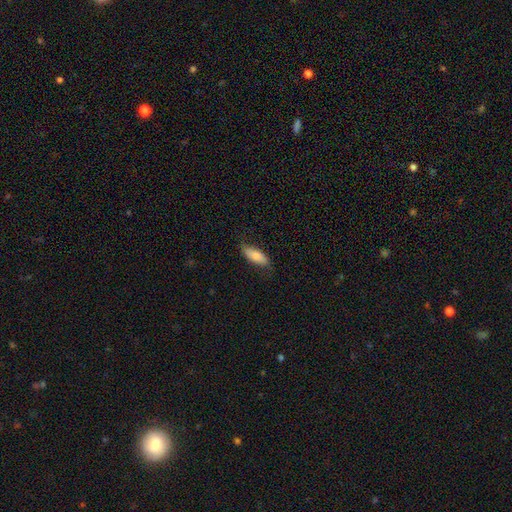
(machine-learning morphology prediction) type=smooth (79%); roundness=in between (69%); merging=none (73%).